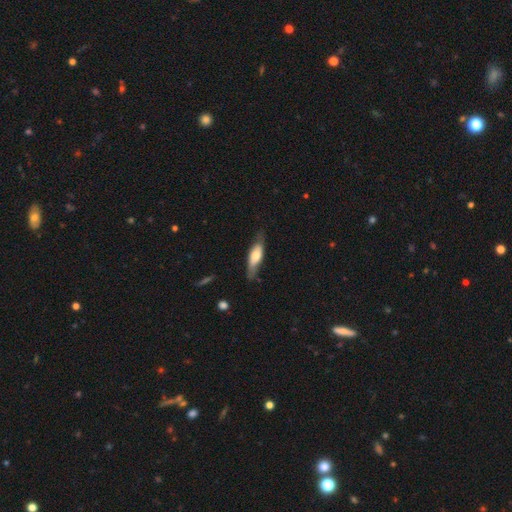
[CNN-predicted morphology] Smooth or featured? Predicted: smooth (p=0.54). How rounded? Predicted: in between (p=0.52). Merging? Predicted: none (p=0.62).